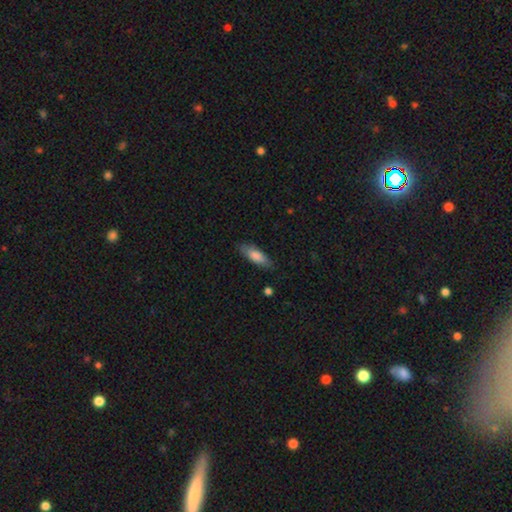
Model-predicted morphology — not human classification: smooth-or-featured: smooth: 81% | featured or disk: 14% | star or artifact: 6%
  how-rounded: in between: 64% | cigar-shaped: 34% | round: 2%
  merging: none: 82% | minor disturbance: 14% | major disturbance: 3% | merger: 1%